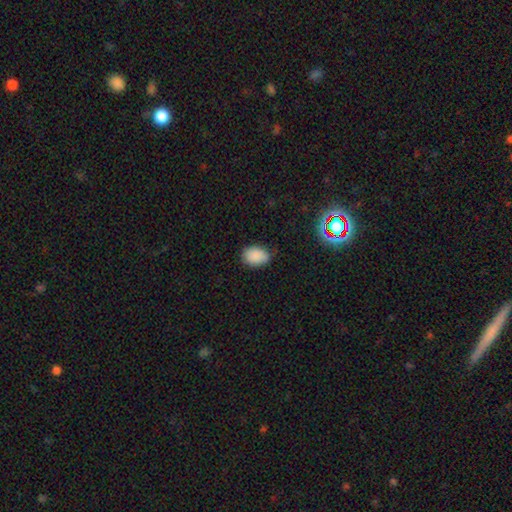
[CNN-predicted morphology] smooth 87%, star or artifact 9%, featured or disk 4%. Down the decision tree: how rounded — in between (78%); merging — none (75%).